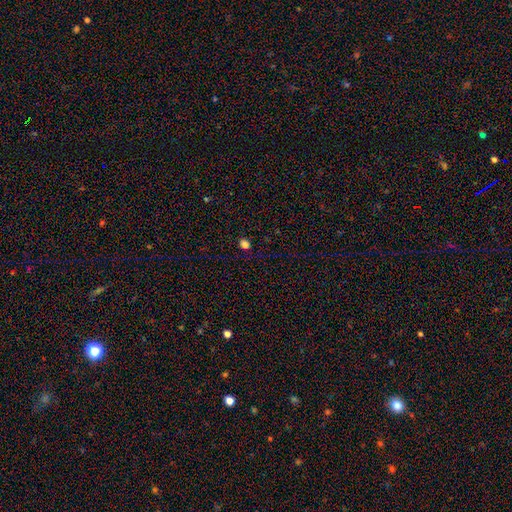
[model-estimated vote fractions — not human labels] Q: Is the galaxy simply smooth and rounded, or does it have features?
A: star or artifact — 69%.